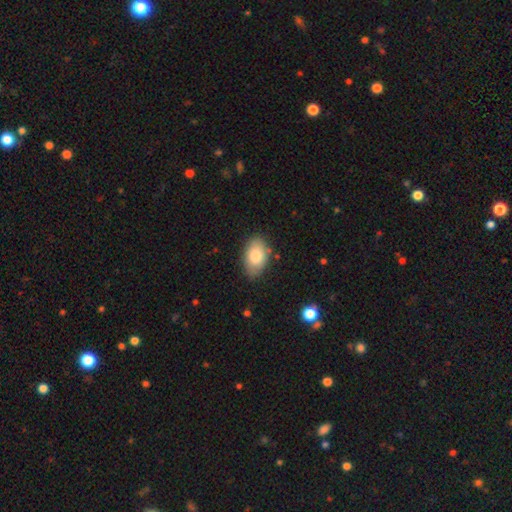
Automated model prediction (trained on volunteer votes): Smooth or featured? smooth (81%)
How rounded? in between (91%)
Merging? none (80%)